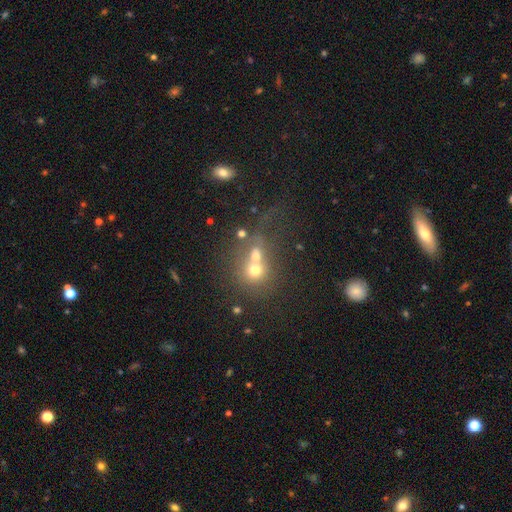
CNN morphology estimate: Smooth or featured? smooth (58%)
How rounded? round (73%)
Merging? merger (64%)